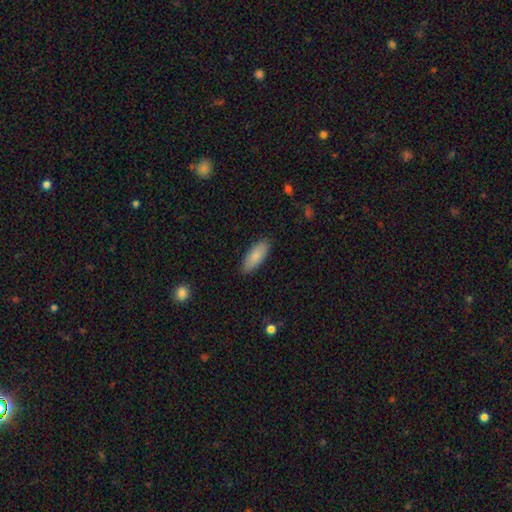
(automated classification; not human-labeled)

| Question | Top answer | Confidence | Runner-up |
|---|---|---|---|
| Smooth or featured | smooth | 85% | featured or disk (9%) |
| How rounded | in between | 72% | cigar-shaped (26%) |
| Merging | none | 88% | minor disturbance (10%) |